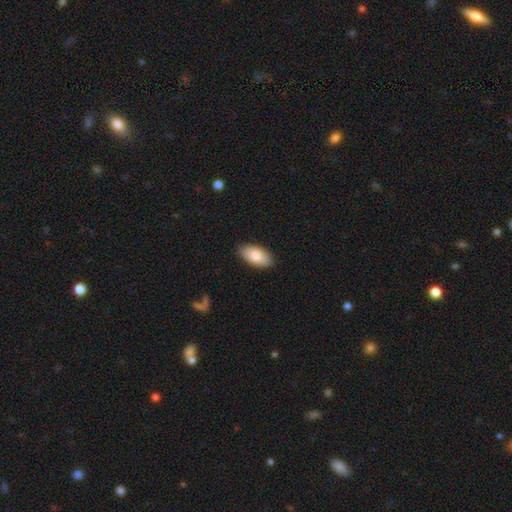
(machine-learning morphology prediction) Q: Smooth or featured?
A: smooth (82%); runner-up: featured or disk (12%)
Q: How rounded?
A: in between (94%); runner-up: cigar-shaped (4%)
Q: Merging?
A: none (88%); runner-up: minor disturbance (9%)